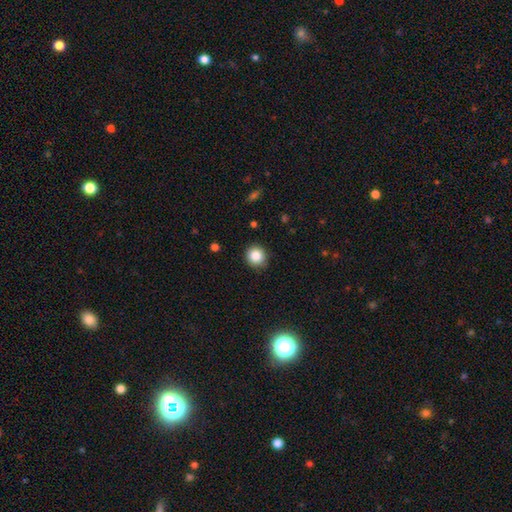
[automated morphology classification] Q: Smooth or featured?
A: smooth (85%); runner-up: star or artifact (10%)
Q: How rounded?
A: round (91%); runner-up: in between (8%)
Q: Merging?
A: none (88%); runner-up: minor disturbance (9%)